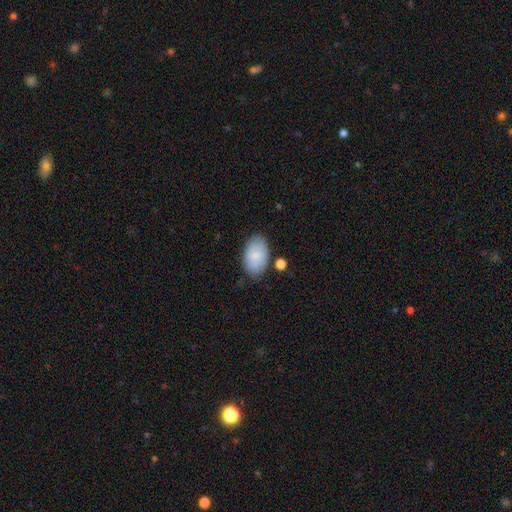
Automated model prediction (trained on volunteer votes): A smooth galaxy with no disk features (84%) that is in between round and cigar-shaped (94%). Merging: none (76%).